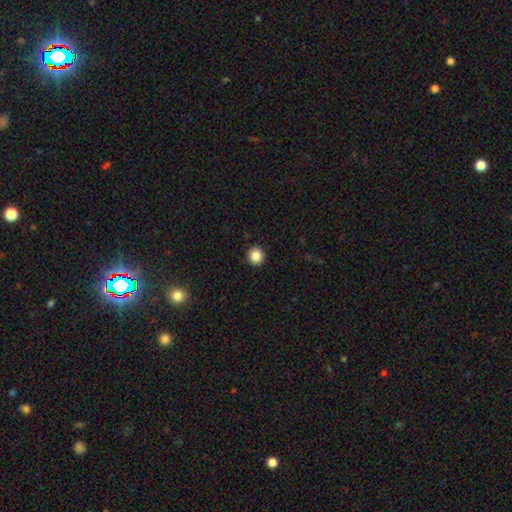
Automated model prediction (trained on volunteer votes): Q: Smooth or featured?
A: smooth (86%); runner-up: star or artifact (10%)
Q: How rounded?
A: round (93%); runner-up: in between (6%)
Q: Merging?
A: none (93%); runner-up: minor disturbance (5%)